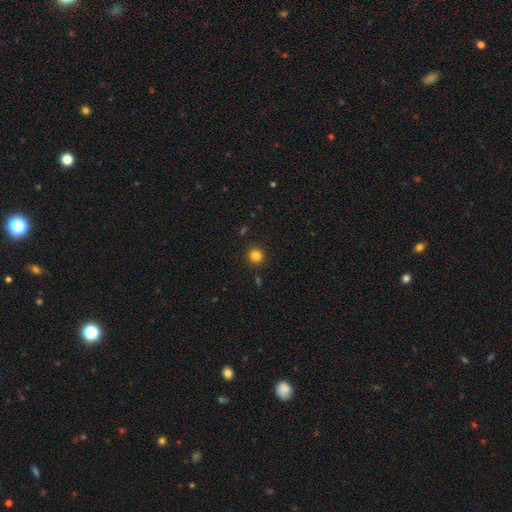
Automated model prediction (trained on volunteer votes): Smooth or featured? Predicted: smooth (p=0.83). How rounded? Predicted: round (p=0.90). Merging? Predicted: none (p=0.89).